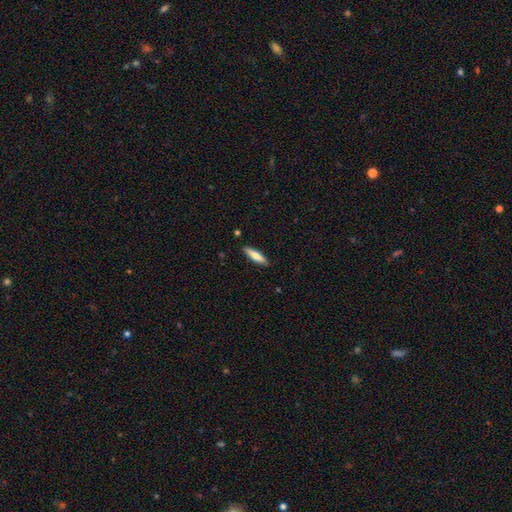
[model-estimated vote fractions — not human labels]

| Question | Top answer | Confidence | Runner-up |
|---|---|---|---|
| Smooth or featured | smooth | 73% | featured or disk (22%) |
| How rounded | cigar-shaped | 74% | in between (25%) |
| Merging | none | 88% | minor disturbance (9%) |